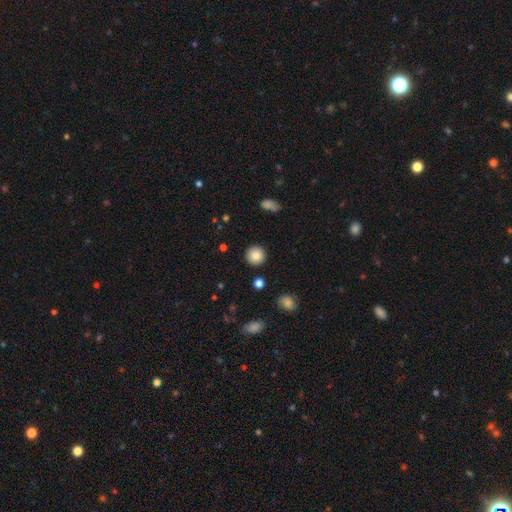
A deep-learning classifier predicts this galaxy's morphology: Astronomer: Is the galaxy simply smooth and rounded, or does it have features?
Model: smooth — 83%.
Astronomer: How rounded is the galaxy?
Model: round — 94%.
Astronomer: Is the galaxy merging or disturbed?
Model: none — 92%.